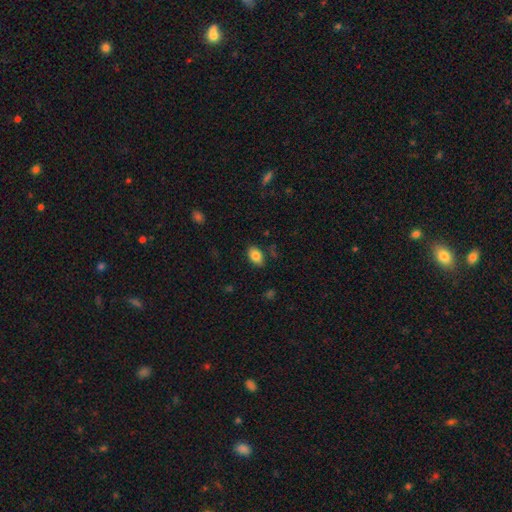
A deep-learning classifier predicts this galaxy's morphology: smooth_or_featured: smooth (p=0.83) [alt: featured or disk p=0.09]
how_rounded: in between (p=0.89) [alt: round p=0.10]
merging: none (p=0.85) [alt: minor disturbance p=0.11]